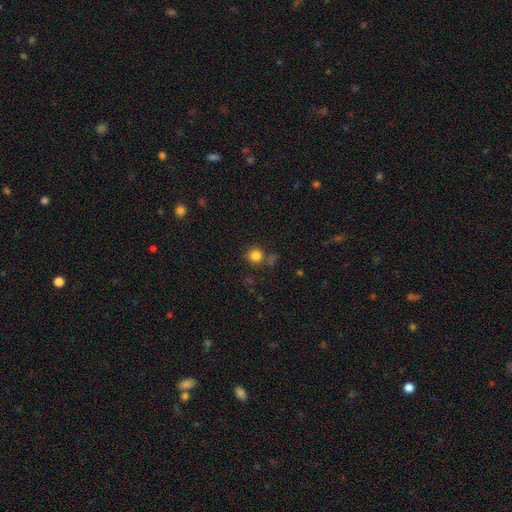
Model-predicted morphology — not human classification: A smooth galaxy with no disk features (82%) that is round (91%).

Vote fractions:
- Smooth or featured? smooth: 82% / star or artifact: 13% / featured or disk: 5%
- How rounded? round: 91% / in between: 8% / cigar-shaped: 1%
- Merging? none: 75% / minor disturbance: 11% / merger: 9% / major disturbance: 4%